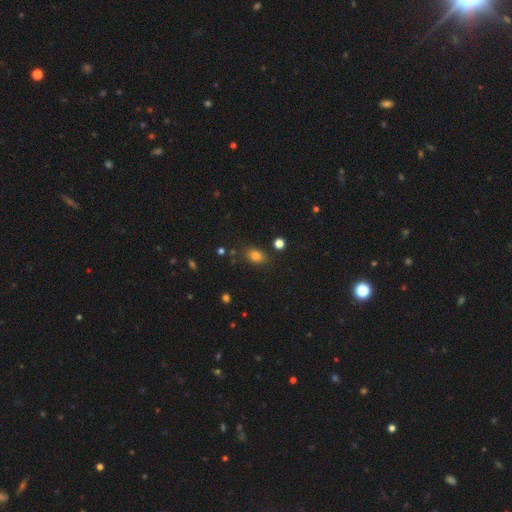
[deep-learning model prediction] Smooth or featured: smooth — 81% (star or artifact — 13%)
How rounded: in between — 76% (round — 23%)
Merging: none — 80% (minor disturbance — 12%)